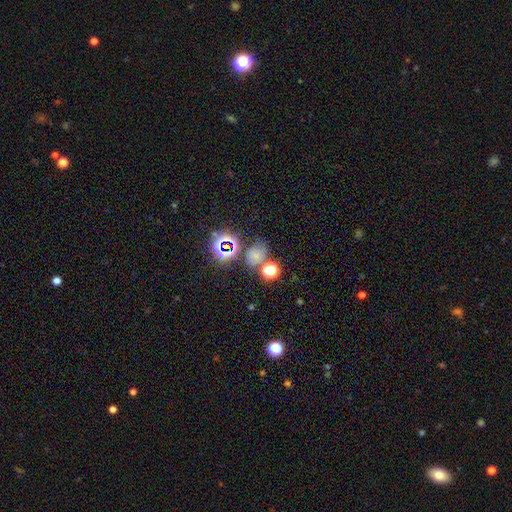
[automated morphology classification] Smooth or featured: smooth — 50% (star or artifact — 38%)
Merging: none — 61% (merger — 16%)